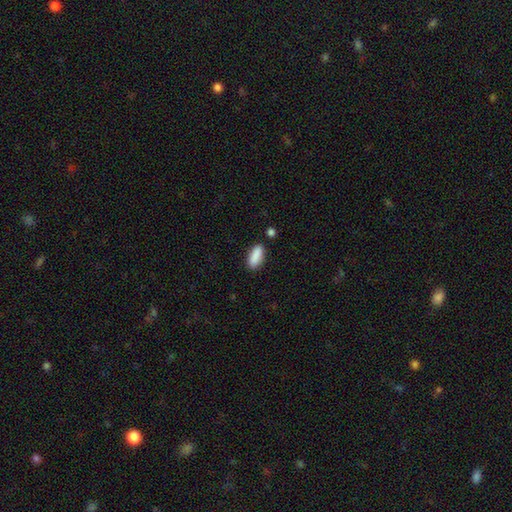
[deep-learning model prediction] Smooth or featured: smooth — 89% (star or artifact — 7%)
How rounded: in between — 72% (cigar-shaped — 26%)
Merging: none — 83% (minor disturbance — 11%)